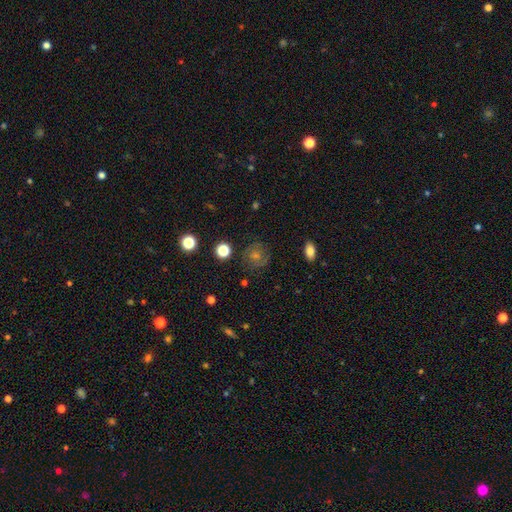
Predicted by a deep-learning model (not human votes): Smooth or featured? Predicted: smooth (p=0.41). Merging? Predicted: none (p=0.80).